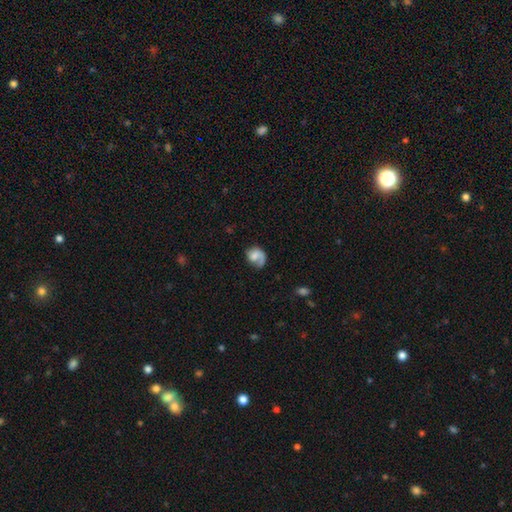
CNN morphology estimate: featured or disk 56%, smooth 36%, star or artifact 8%. Down the decision tree: edge-on disk — no (98%); bar — no (65%); spiral arms — yes (87%); bulge size — none (31%); merging — none (47%).